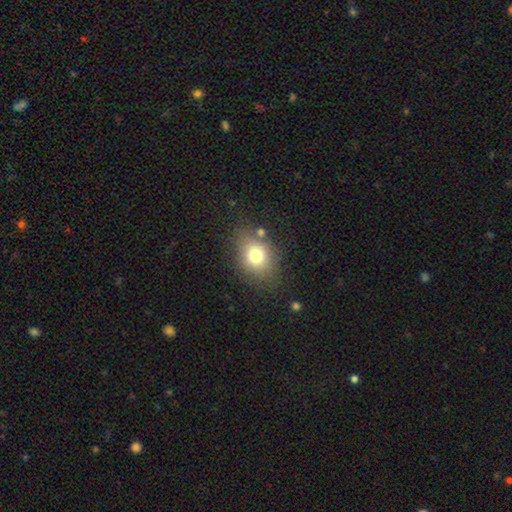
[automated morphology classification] Smooth or featured? smooth (75%)
How rounded? in between (50%)
Merging? none (75%)